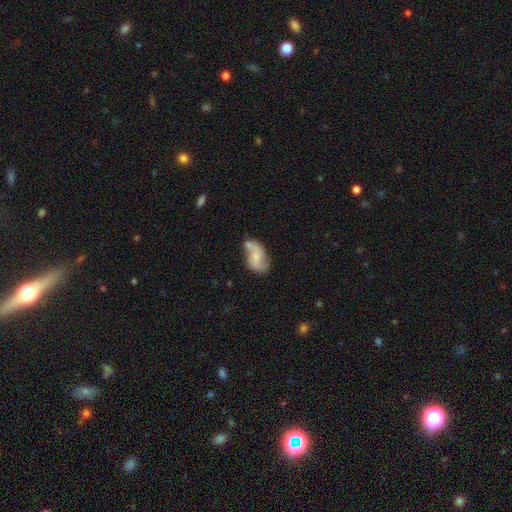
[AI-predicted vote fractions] Smooth or featured?
  - featured or disk: 61% *
  - smooth: 32%
  - star or artifact: 7%
Edge-on disk?
  - no: 96% *
  - yes: 4%
Bar?
  - no: 60% *
  - weak: 33%
  - strong: 7%
Spiral arms?
  - yes: 87% *
  - no: 13%
Spiral winding?
  - loose: 54% *
  - medium: 34%
  - tight: 11%
Spiral arm count?
  - 2: 87% *
  - can't tell: 6%
  - 1: 3%
  - 3: 1%
  - 4: 1%
  - more than 4: 1%
Bulge size?
  - small: 56% *
  - moderate: 27%
  - none: 14%
  - large: 2%
  - dominant: 1%
Merging?
  - none: 45% *
  - minor disturbance: 23%
  - merger: 22%
  - major disturbance: 9%